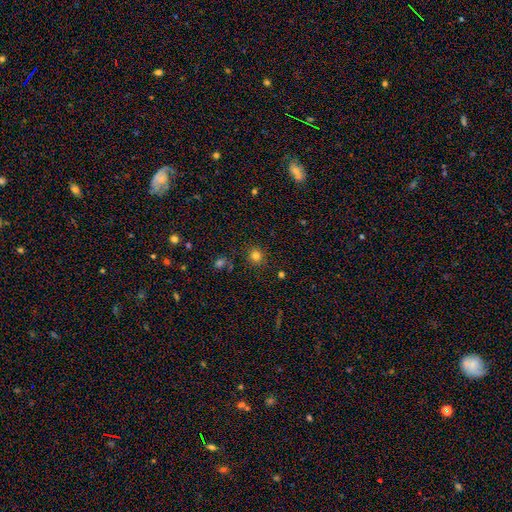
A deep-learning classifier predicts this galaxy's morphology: A smooth galaxy with no disk features (80%) that is round (86%). Merging: none (85%).